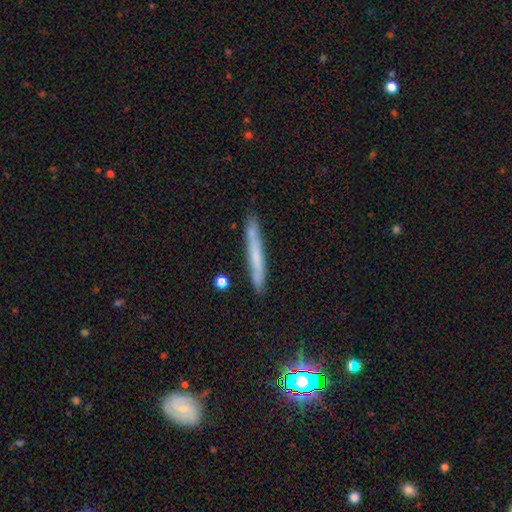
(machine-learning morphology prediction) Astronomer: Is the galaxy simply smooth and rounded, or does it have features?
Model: smooth — 56% (runner-up: featured or disk, 34%).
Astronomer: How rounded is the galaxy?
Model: cigar-shaped — 96%.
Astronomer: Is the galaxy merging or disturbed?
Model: none — 86%.